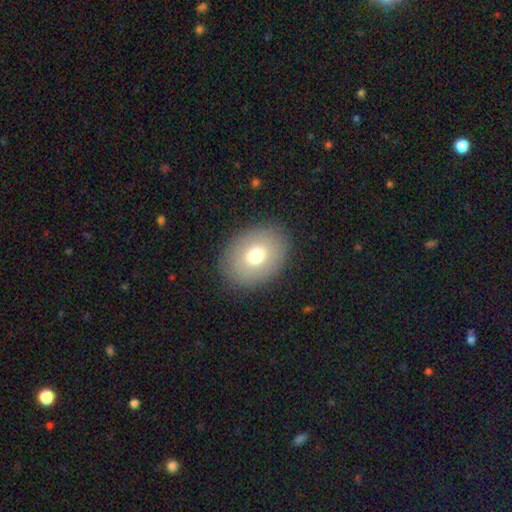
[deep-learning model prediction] Q: Smooth or featured?
A: smooth (72%); runner-up: featured or disk (18%)
Q: How rounded?
A: in between (64%); runner-up: round (35%)
Q: Merging?
A: none (87%); runner-up: minor disturbance (9%)